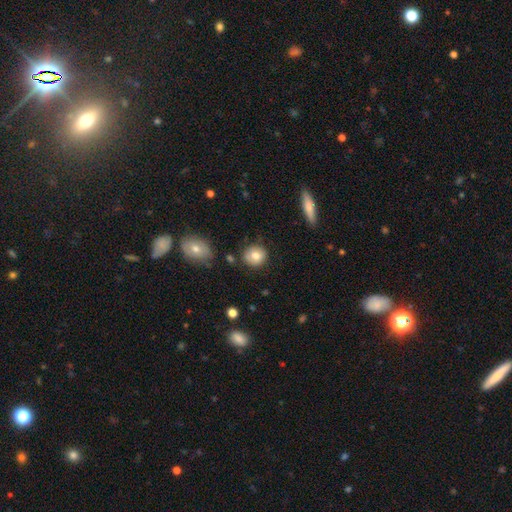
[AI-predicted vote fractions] Morphology: type=smooth (78%); roundness=round (83%); merging=none (80%).